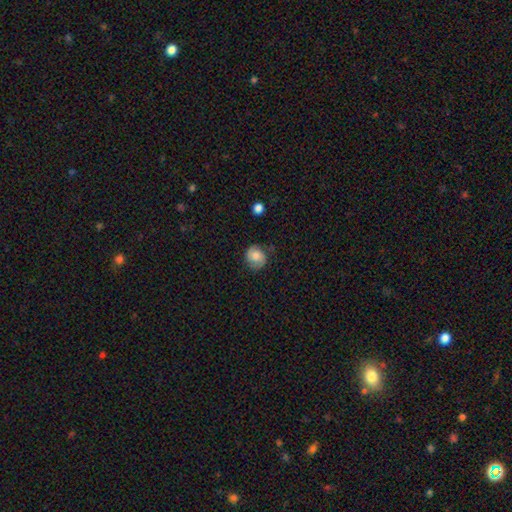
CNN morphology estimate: Smooth or featured? Predicted: smooth (p=0.68). How rounded? Predicted: round (p=0.79). Merging? Predicted: none (p=0.73).